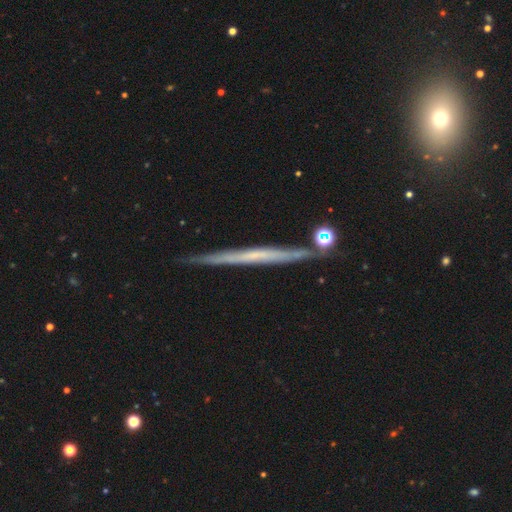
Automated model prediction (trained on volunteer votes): smooth-or-featured: featured or disk: 64% | smooth: 28% | star or artifact: 8%
  disk-edge-on: yes: 96% | no: 4%
    edge-on-bulge: none: 86% | rounded: 8% | boxy: 5%
  merging: none: 84% | minor disturbance: 10% | merger: 4% | major disturbance: 2%